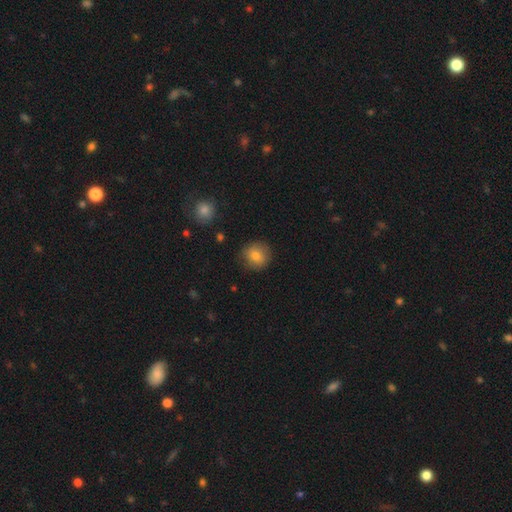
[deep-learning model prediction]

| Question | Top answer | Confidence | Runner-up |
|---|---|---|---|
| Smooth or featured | smooth | 81% | featured or disk (10%) |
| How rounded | round | 88% | in between (11%) |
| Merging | none | 84% | minor disturbance (12%) |